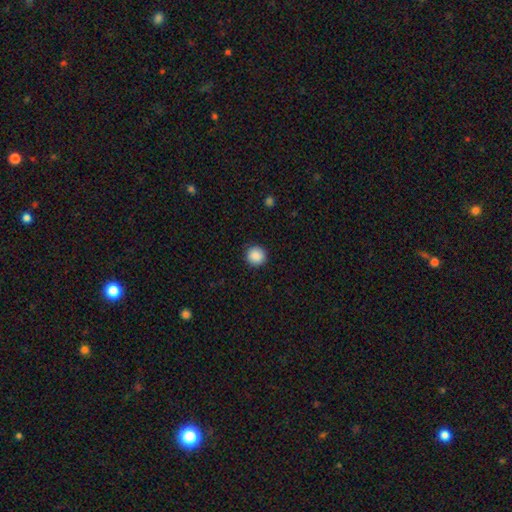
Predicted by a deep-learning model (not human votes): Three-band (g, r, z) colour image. It shows a smooth galaxy with no disk features (89%) that is round (94%). Merging: none (91%).